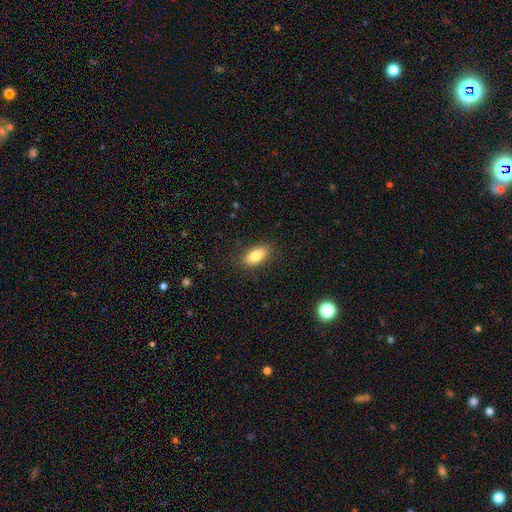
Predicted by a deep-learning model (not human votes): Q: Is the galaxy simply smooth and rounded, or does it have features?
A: smooth — 84%.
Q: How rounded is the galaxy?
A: in between — 88%.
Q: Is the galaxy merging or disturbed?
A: none — 87%.